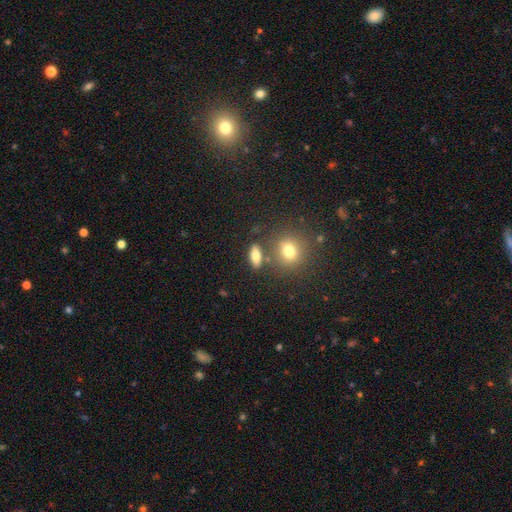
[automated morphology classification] Smooth or featured? Predicted: smooth (p=0.76). How rounded? Predicted: in between (p=0.71). Merging? Predicted: none (p=0.74).